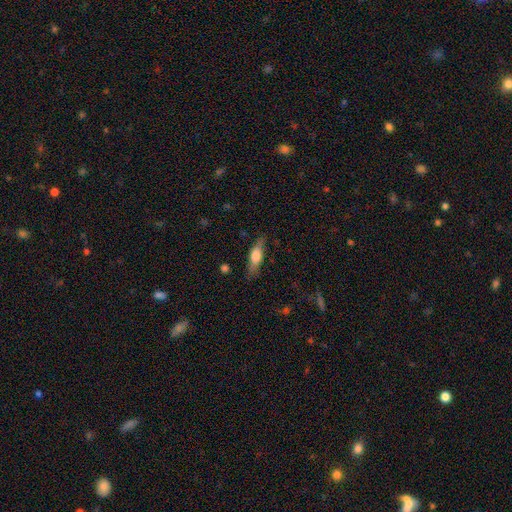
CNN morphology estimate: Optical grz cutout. It shows a smooth galaxy with no disk features (58%) that is cigar-shaped (51%). Merging: none (77%).